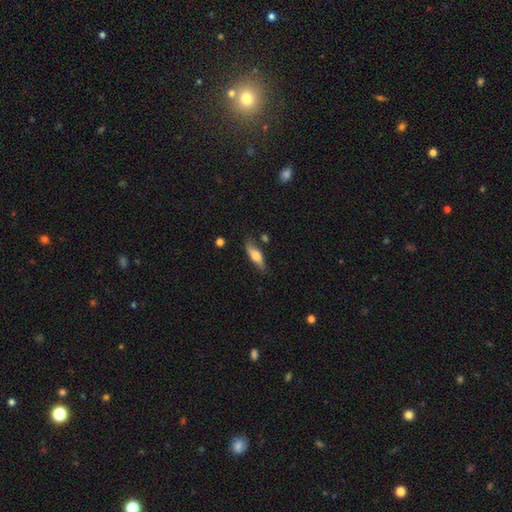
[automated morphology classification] The model was most divided on "how rounded": cigar-shaped: 54%, in between: 43%, round: 3%. More confident: merging — none (76%); smooth or featured — smooth (53%).